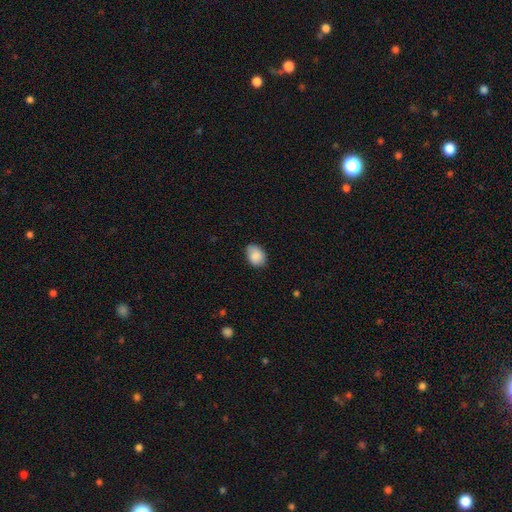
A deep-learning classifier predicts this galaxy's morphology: Smooth or featured?
  - smooth: 87% *
  - star or artifact: 7%
  - featured or disk: 6%
How rounded?
  - in between: 73% *
  - round: 26%
  - cigar-shaped: 1%
Merging?
  - none: 77% *
  - minor disturbance: 19%
  - major disturbance: 3%
  - merger: 1%